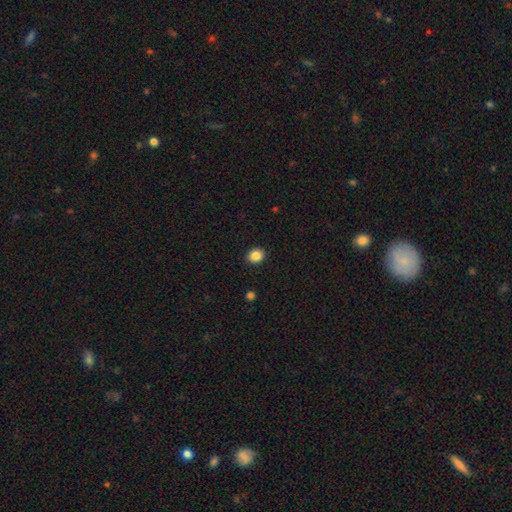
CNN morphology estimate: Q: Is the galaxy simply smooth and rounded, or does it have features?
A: smooth — 87%.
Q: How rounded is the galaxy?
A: round — 57%.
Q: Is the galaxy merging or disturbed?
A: none — 91%.